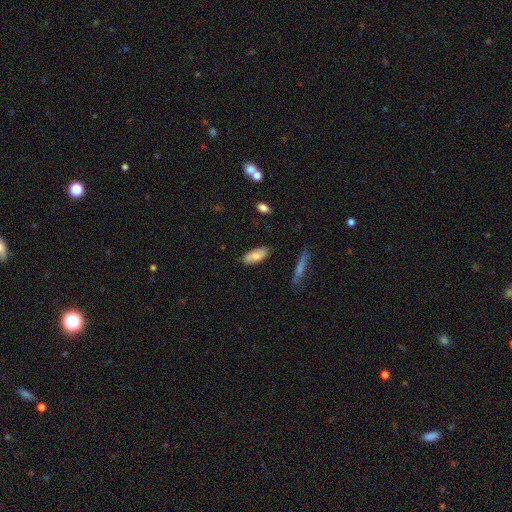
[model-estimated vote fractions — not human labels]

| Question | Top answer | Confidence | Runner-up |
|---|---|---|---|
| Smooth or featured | smooth | 78% | featured or disk (16%) |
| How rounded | in between | 82% | cigar-shaped (16%) |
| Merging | none | 84% | minor disturbance (12%) |